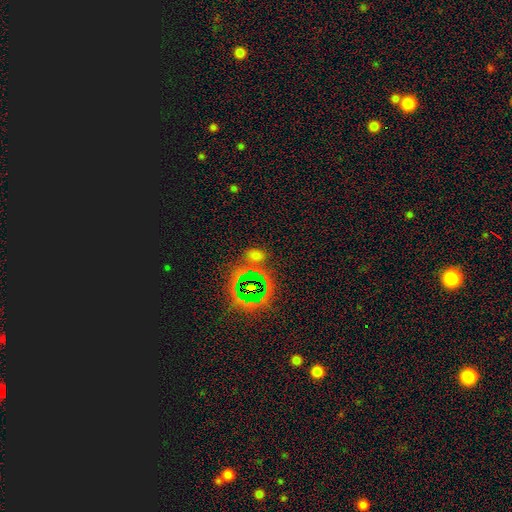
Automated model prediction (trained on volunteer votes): This appears to be a star or artifact, not a galaxy (45%, tied with smooth).